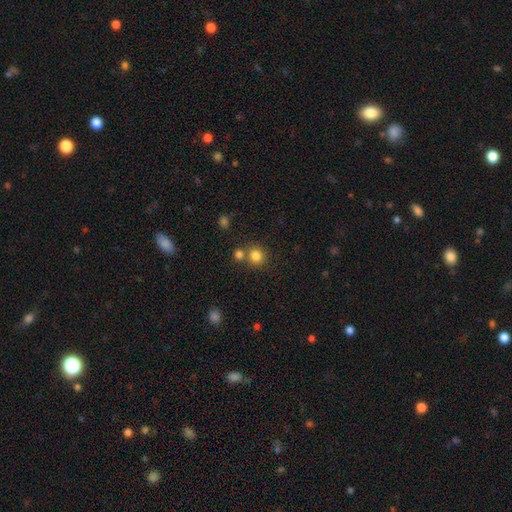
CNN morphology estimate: Smooth or featured?
  - smooth: 82% *
  - star or artifact: 13%
  - featured or disk: 5%
How rounded?
  - round: 87% *
  - in between: 12%
  - cigar-shaped: 1%
Merging?
  - none: 66% *
  - merger: 23%
  - minor disturbance: 8%
  - major disturbance: 3%